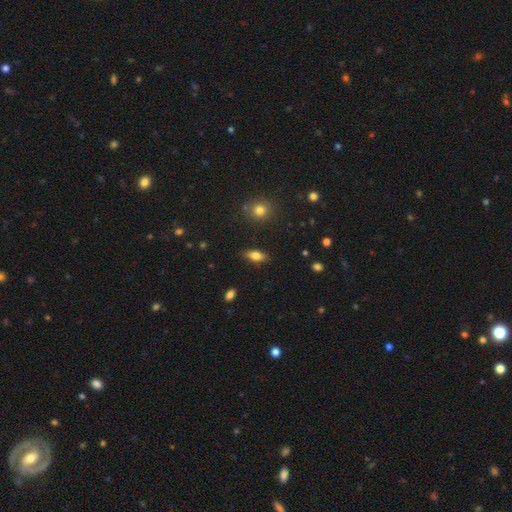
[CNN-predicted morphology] Smooth or featured?
  - smooth: 70% *
  - featured or disk: 22%
  - star or artifact: 8%
How rounded?
  - in between: 77% *
  - cigar-shaped: 18%
  - round: 5%
Merging?
  - none: 85% *
  - minor disturbance: 11%
  - major disturbance: 3%
  - merger: 2%